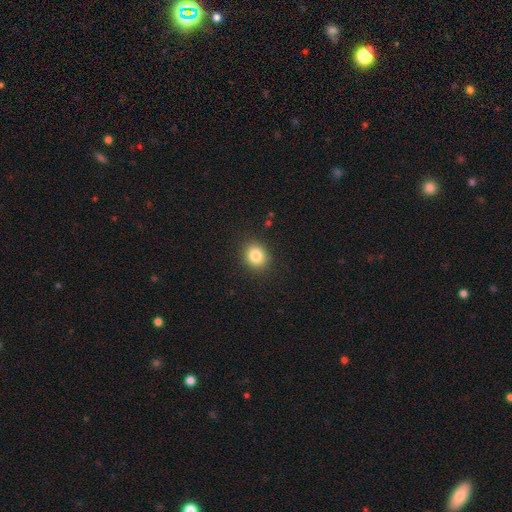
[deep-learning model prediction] smooth_or_featured: smooth (p=0.83) [alt: star or artifact p=0.10]
how_rounded: round (p=0.67) [alt: in between p=0.32]
merging: none (p=0.89) [alt: minor disturbance p=0.08]